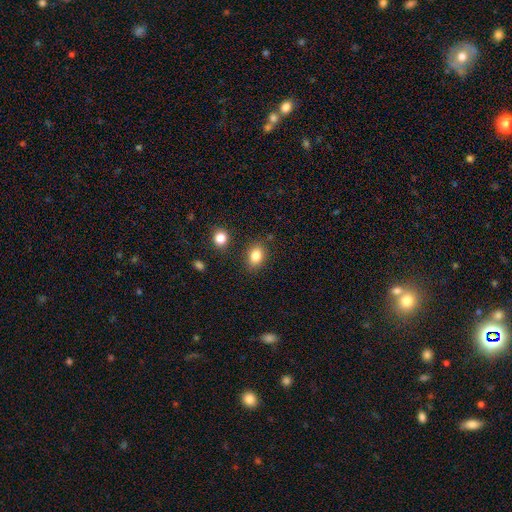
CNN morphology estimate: Overall: smooth (84%). How rounded: in between (76%). Merging: none (83%).